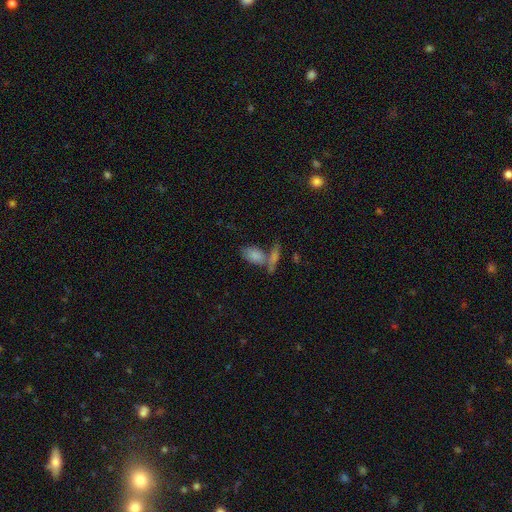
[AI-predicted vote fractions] Smooth or featured?
  - smooth: 80% *
  - featured or disk: 12%
  - star or artifact: 8%
How rounded?
  - in between: 88% *
  - cigar-shaped: 6%
  - round: 6%
Merging?
  - merger: 41% * (tied)
  - none: 41% * (tied)
  - minor disturbance: 12%
  - major disturbance: 6%